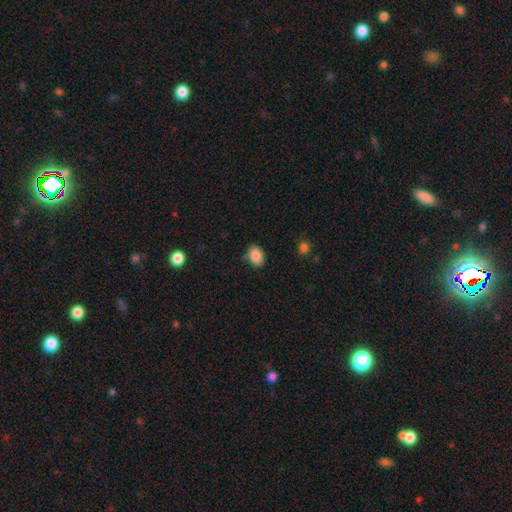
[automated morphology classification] A smooth galaxy with no disk features (88%) that is in between round and cigar-shaped (79%).

Vote fractions:
- Smooth or featured? smooth: 88% / star or artifact: 8% / featured or disk: 4%
- How rounded? in between: 79% / round: 20% / cigar-shaped: 1%
- Merging? none: 76% / minor disturbance: 18% / major disturbance: 4% / merger: 2%